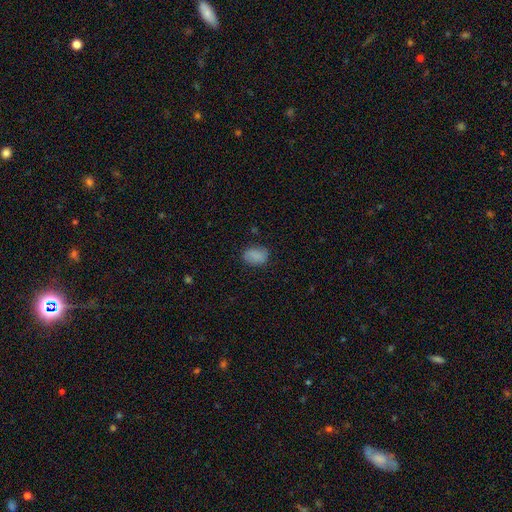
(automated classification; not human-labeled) Morphology: type=smooth (84%); roundness=in between (79%); merging=none (78%).